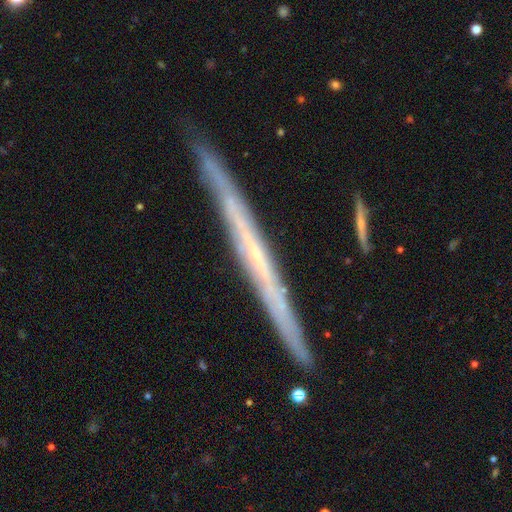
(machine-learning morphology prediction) smooth_or_featured: featured or disk (p=0.72) [alt: smooth p=0.21]
disk_edge_on: yes (p=0.95) [alt: no p=0.05]
edge_on_bulge: none (p=0.84) [alt: rounded p=0.13]
merging: none (p=0.87) [alt: minor disturbance p=0.10]